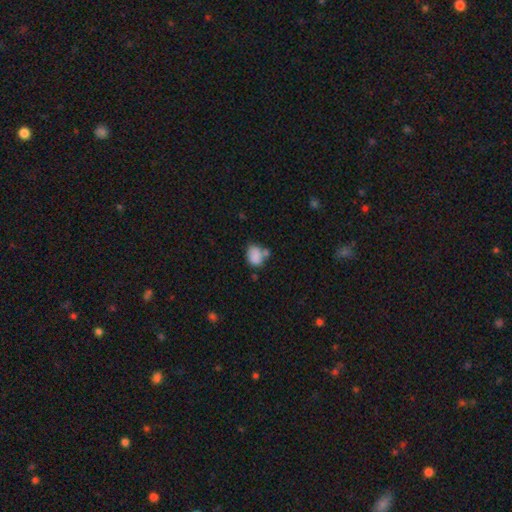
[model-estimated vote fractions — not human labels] Morphology: type=smooth (82%); roundness=in between (62%); merging=none (45%).